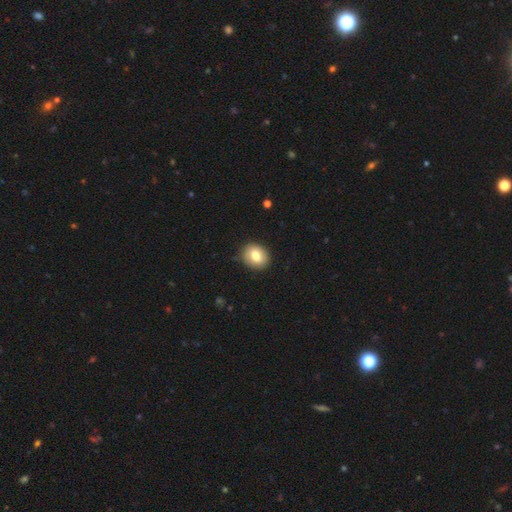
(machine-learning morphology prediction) This appears to be a smooth galaxy with no disk features (80%) that is round (52%). Merging: none (87%).